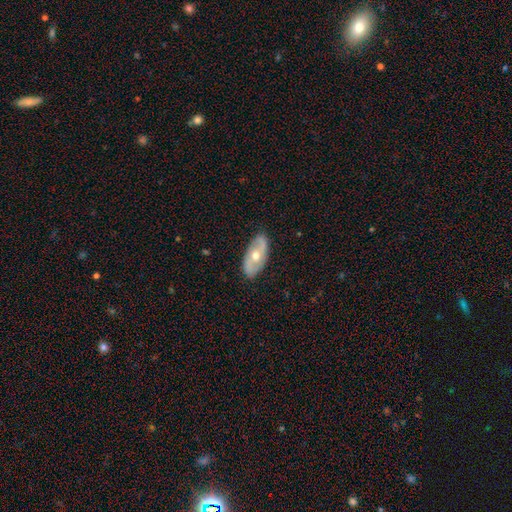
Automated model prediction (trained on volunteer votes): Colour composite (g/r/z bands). It shows a featured or disk galaxy (61%) with no bar (75%), spiral arms (59%) and a moderate central bulge (72%). Merging: none (84%).